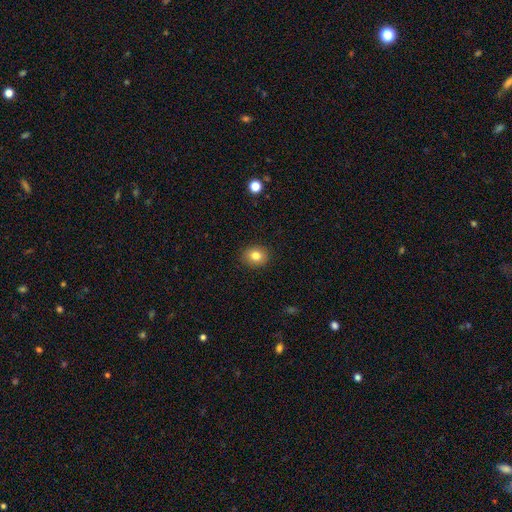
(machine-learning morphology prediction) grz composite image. It shows a smooth galaxy with no disk features (81%) that is round (63%). Merging: none (90%).